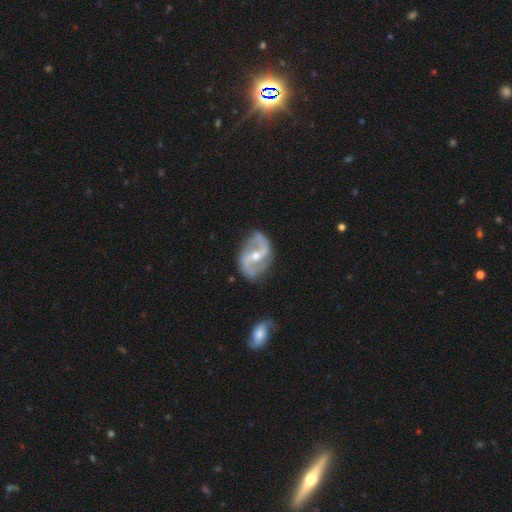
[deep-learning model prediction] This appears to be a featured or disk galaxy (89%) with a strong bar (41%), 2 (92%) loose (45%) spiral arms (95%) and a moderate central bulge (59%). Merging: none (77%).